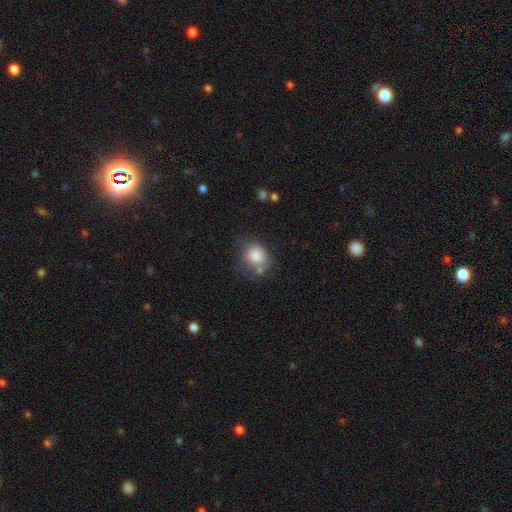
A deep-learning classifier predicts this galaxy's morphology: Overall: smooth (83%). How rounded: round (72%). Merging: none (56%; minor disturbance 24%).